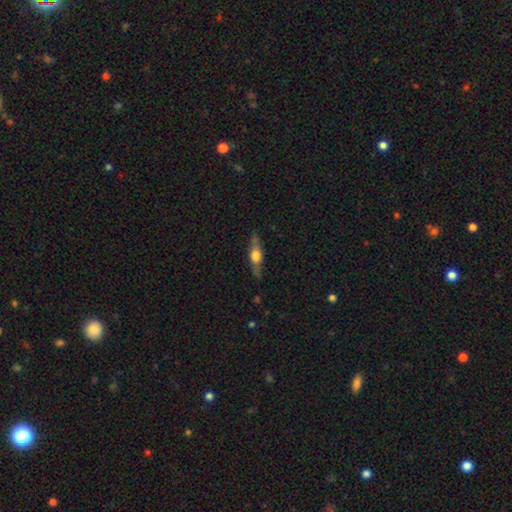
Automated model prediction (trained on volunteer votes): smooth_or_featured: featured or disk (p=0.63) [alt: smooth p=0.31]
disk_edge_on: yes (p=0.93) [alt: no p=0.07]
edge_on_bulge: rounded (p=0.90) [alt: boxy p=0.08]
merging: none (p=0.82) [alt: minor disturbance p=0.13]